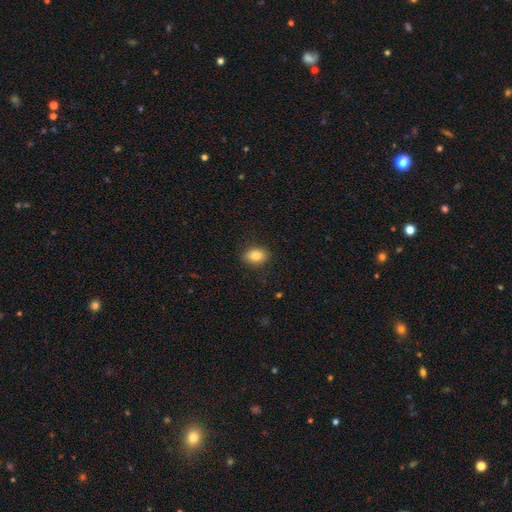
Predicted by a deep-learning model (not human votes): This is clearly a smooth galaxy (84%). How rounded: likely in between (78%). Merging: clearly none (87%).